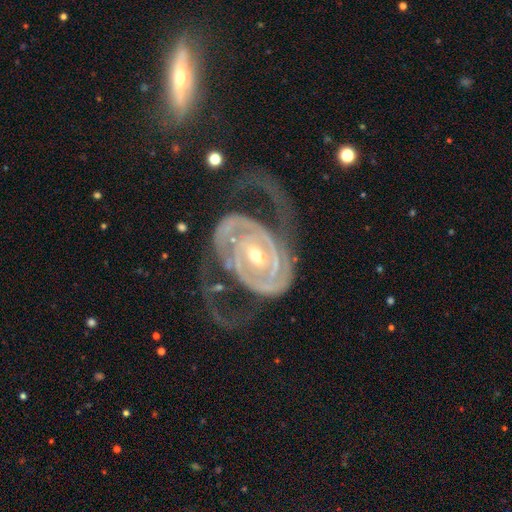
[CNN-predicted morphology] A featured or disk galaxy (92%) with no bar (39%), 2 (77%) tight (49%) spiral arms (96%) and a small central bulge (56%).

Vote fractions:
- Smooth or featured? featured or disk: 92% / star or artifact: 4% / smooth: 4%
- Edge-on disk? no: 97% / yes: 3%
- Bar? no: 39% / weak: 35% / strong: 25%
- Spiral arms? yes: 96% / no: 4%
- Spiral winding? tight: 49% / medium: 36% / loose: 16%
- Spiral arm count? 2: 77% / can't tell: 8% / 3: 6% / 1: 4% / 4: 3% / more than 4: 3%
- Bulge size? small: 56% / moderate: 39% / large: 2% / none: 1% / dominant: 1%
- Merging? none: 47% / major disturbance: 34% / minor disturbance: 15% / merger: 4%